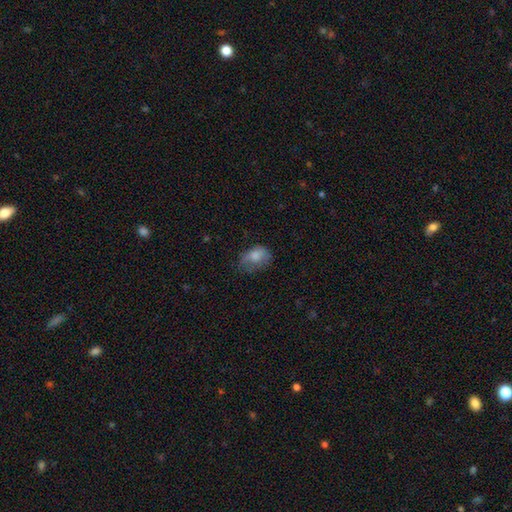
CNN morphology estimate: Smooth or featured? Predicted: smooth (p=0.77). How rounded? Predicted: in between (p=0.77). Merging? Predicted: none (p=0.43).